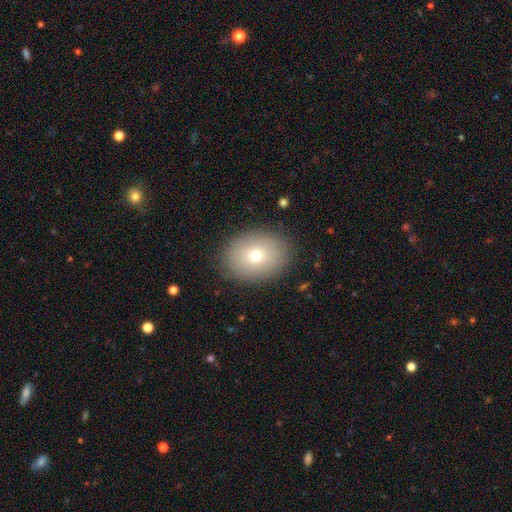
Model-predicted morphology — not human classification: Smooth or featured? Predicted: smooth (p=0.73). How rounded? Predicted: in between (p=0.61). Merging? Predicted: none (p=0.88).